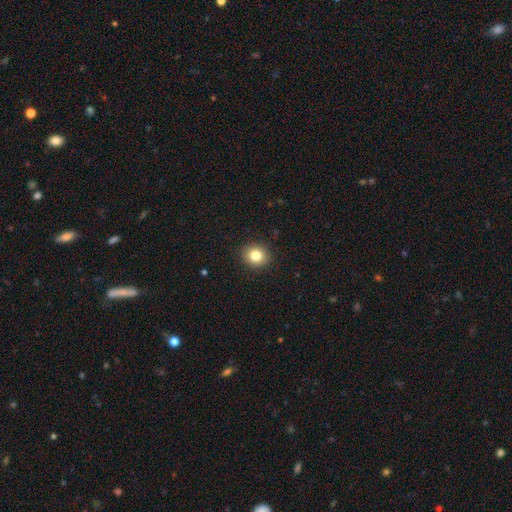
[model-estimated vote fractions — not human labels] smooth 82%, star or artifact 11%, featured or disk 7%. Down the decision tree: how rounded — round (79%); merging — none (91%).